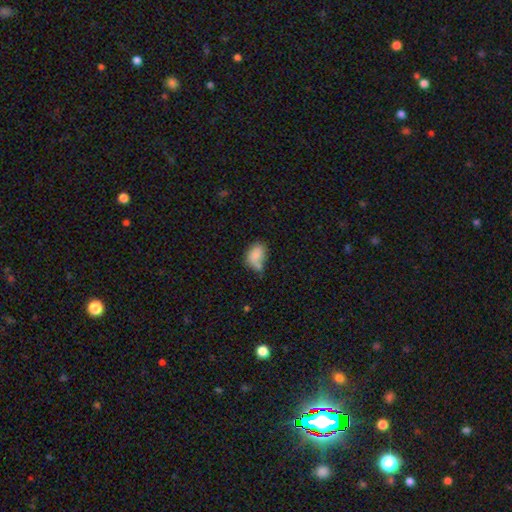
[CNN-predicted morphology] smooth-or-featured: smooth: 79% | featured or disk: 11% | star or artifact: 10%
  how-rounded: in between: 80% | round: 19% | cigar-shaped: 2%
  merging: none: 36% | minor disturbance: 30% | merger: 20% | major disturbance: 14%